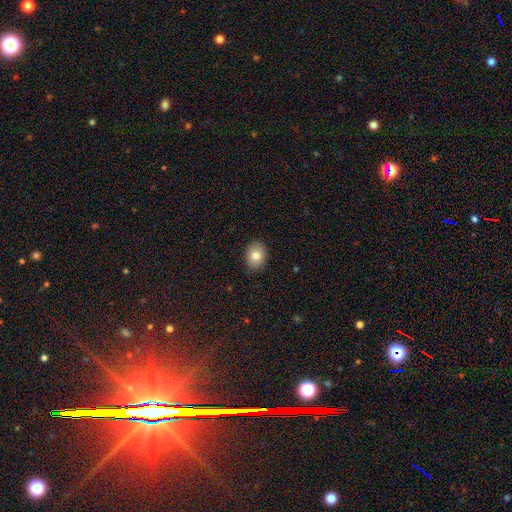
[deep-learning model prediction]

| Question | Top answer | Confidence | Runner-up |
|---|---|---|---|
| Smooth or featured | smooth | 80% | featured or disk (11%) |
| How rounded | in between | 64% | round (36%) |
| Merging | none | 86% | minor disturbance (11%) |